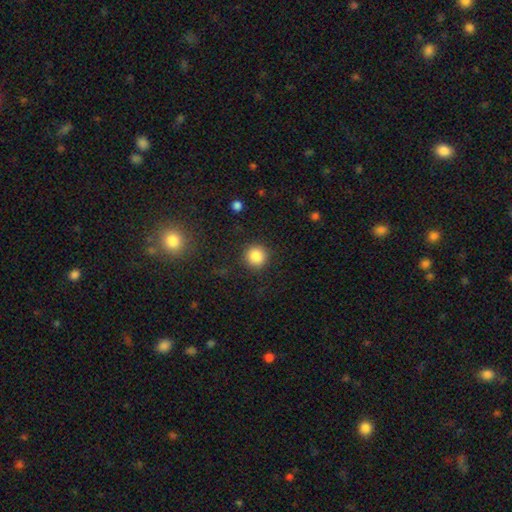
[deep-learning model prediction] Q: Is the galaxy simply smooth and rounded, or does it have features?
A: smooth — 85%.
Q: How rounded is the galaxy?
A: round — 94%.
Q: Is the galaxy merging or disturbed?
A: none — 90%.